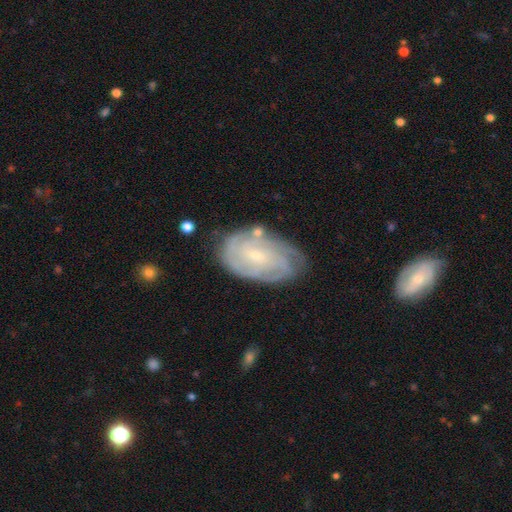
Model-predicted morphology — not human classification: A featured or disk galaxy (79%) with no bar (63%), tight (72%) spiral arms (93%) and a small central bulge (79%).

Vote fractions:
- Smooth or featured? featured or disk: 79% / smooth: 15% / star or artifact: 6%
- Edge-on disk? no: 96% / yes: 4%
- Bar? no: 63% / weak: 31% / strong: 6%
- Spiral arms? yes: 93% / no: 7%
- Spiral winding? tight: 72% / medium: 22% / loose: 6%
- Spiral arm count? can't tell: 43% / 4: 17% / 3: 16% / 2: 13% / more than 4: 6% / 1: 5%
- Bulge size? small: 79% / moderate: 17% / none: 2% / large: 1% / dominant: 1%
- Merging? none: 69% / minor disturbance: 21% / major disturbance: 6% / merger: 3%